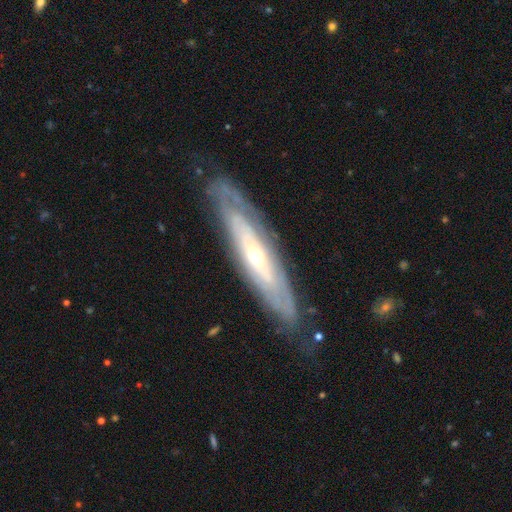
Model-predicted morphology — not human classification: A featured or disk galaxy (78%) with no bar (73%), spiral arms (68%) and a small central bulge (50%). Merging: none (80%).